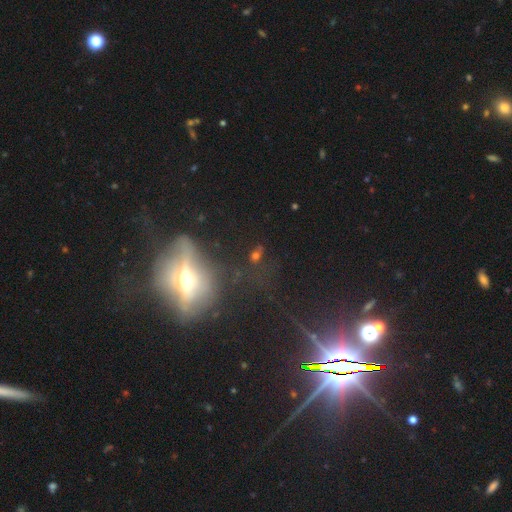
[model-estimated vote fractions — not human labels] Smooth or featured?
  - smooth: 51% *
  - star or artifact: 31%
  - featured or disk: 18%
How rounded?
  - in between: 54% *
  - round: 40%
  - cigar-shaped: 6%
Merging?
  - none: 62% *
  - minor disturbance: 16%
  - major disturbance: 12%
  - merger: 10%